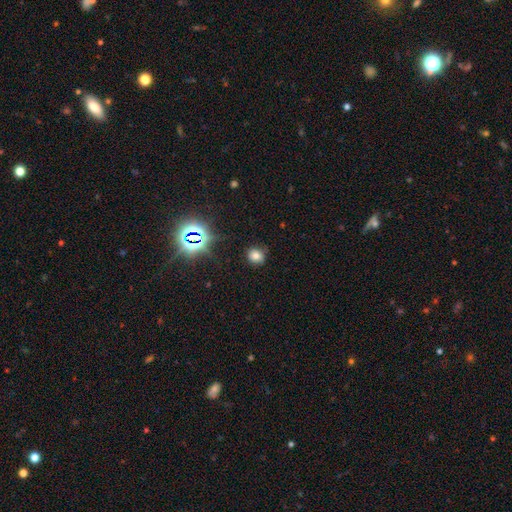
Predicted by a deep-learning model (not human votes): Q: Smooth or featured?
A: smooth (70%); runner-up: star or artifact (21%)
Q: How rounded?
A: round (71%); runner-up: in between (28%)
Q: Merging?
A: none (83%); runner-up: minor disturbance (12%)